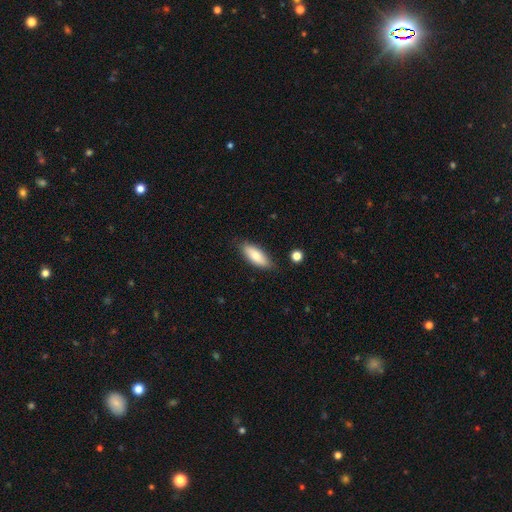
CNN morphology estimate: This appears to be a smooth galaxy with no disk features (79%) that is in between round and cigar-shaped (73%). Merging: none (81%).